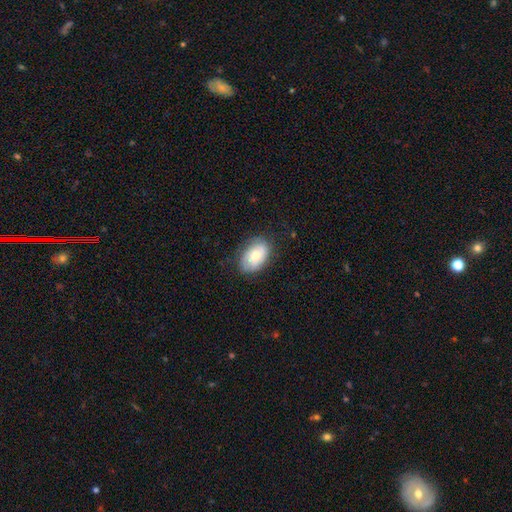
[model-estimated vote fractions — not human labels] Smooth or featured?
  - smooth: 59% *
  - featured or disk: 34%
  - star or artifact: 7%
How rounded?
  - in between: 88% *
  - round: 11%
  - cigar-shaped: 1%
Merging?
  - none: 77% *
  - minor disturbance: 17%
  - major disturbance: 5%
  - merger: 1%